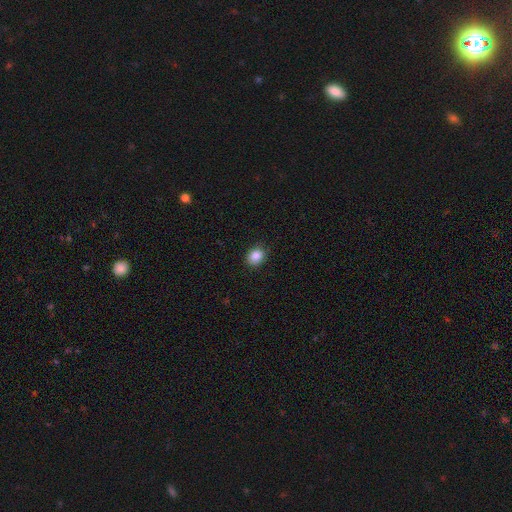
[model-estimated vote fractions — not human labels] Smooth or featured: smooth — 87% (star or artifact — 9%)
How rounded: round — 56% (in between — 43%)
Merging: none — 85% (minor disturbance — 11%)